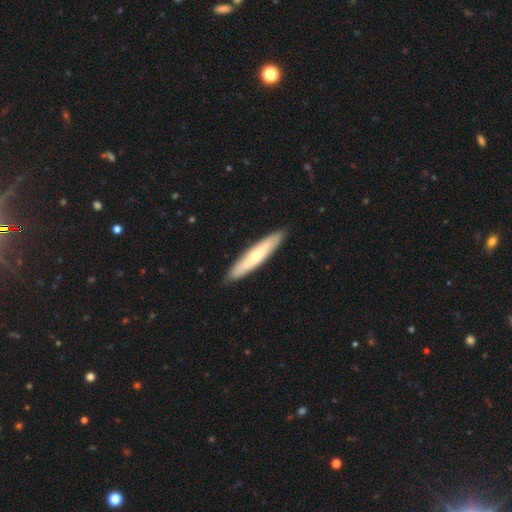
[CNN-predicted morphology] This is possibly a smooth galaxy (50%). How rounded: clearly cigar-shaped (88%). Merging: clearly none (90%).